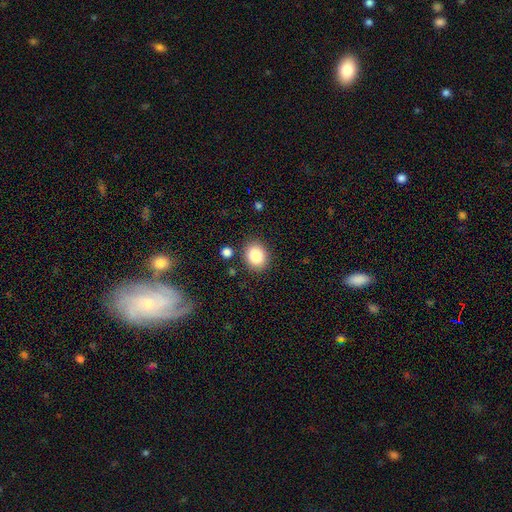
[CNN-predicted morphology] A smooth galaxy with no disk features (84%) that is round (66%).

Vote fractions:
- Smooth or featured? smooth: 84% / star or artifact: 10% / featured or disk: 7%
- How rounded? round: 66% / in between: 33% / cigar-shaped: 1%
- Merging? none: 86% / minor disturbance: 9% / merger: 3% / major disturbance: 3%